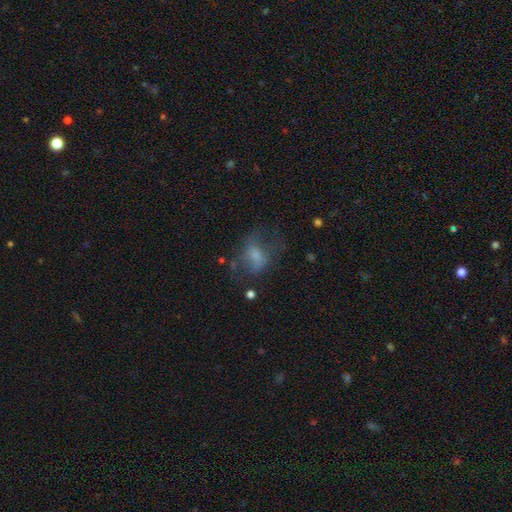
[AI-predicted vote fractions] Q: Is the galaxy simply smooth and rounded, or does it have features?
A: smooth — 53%.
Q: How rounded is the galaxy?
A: in between — 72%.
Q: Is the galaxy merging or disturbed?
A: none — 38%.